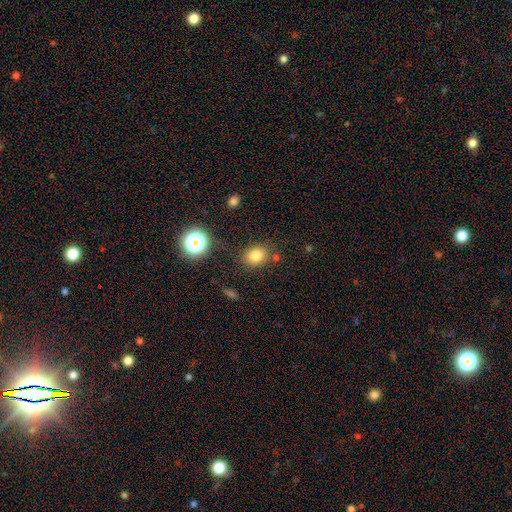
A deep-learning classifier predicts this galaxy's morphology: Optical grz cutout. It shows a smooth galaxy with no disk features (78%) that is round (57%). Merging: none (80%).